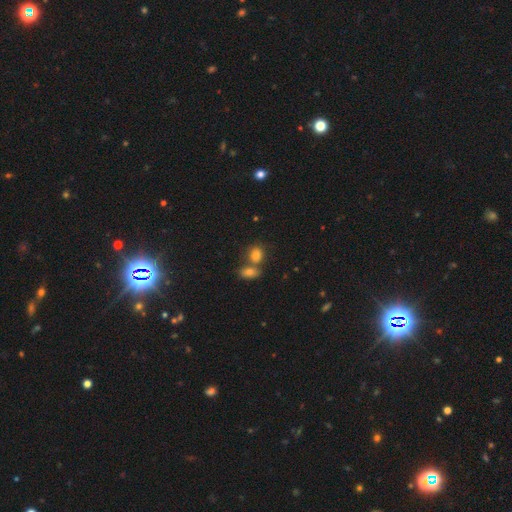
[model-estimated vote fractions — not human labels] Smooth or featured: smooth — 70% (star or artifact — 20%)
How rounded: round — 57% (in between — 41%)
Merging: none — 51% (merger — 36%)